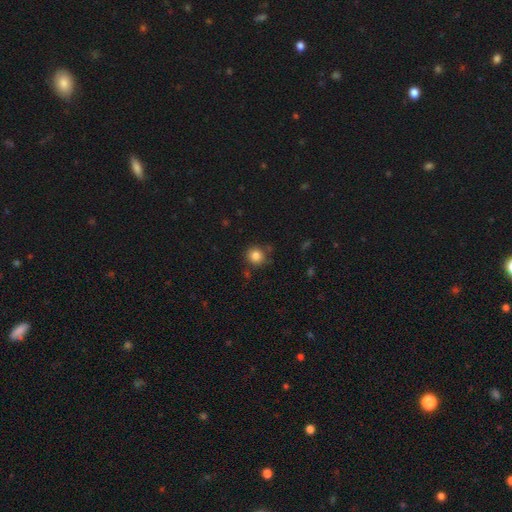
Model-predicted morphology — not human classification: Q: Smooth or featured?
A: smooth (84%); runner-up: star or artifact (11%)
Q: How rounded?
A: round (90%); runner-up: in between (9%)
Q: Merging?
A: none (79%); runner-up: minor disturbance (12%)